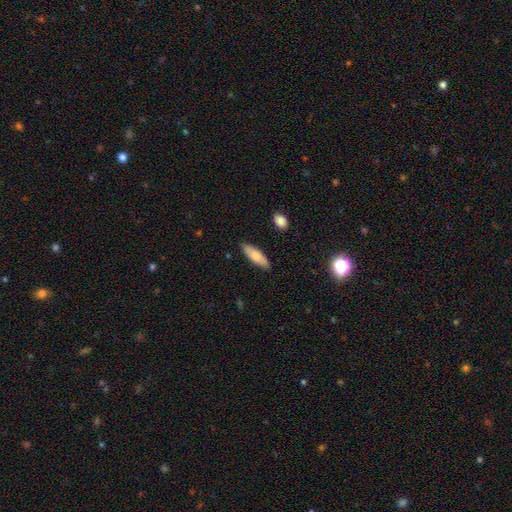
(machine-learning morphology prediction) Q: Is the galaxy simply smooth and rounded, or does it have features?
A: smooth — 69%.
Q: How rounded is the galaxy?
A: in between — 51%.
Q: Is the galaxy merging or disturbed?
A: none — 88%.